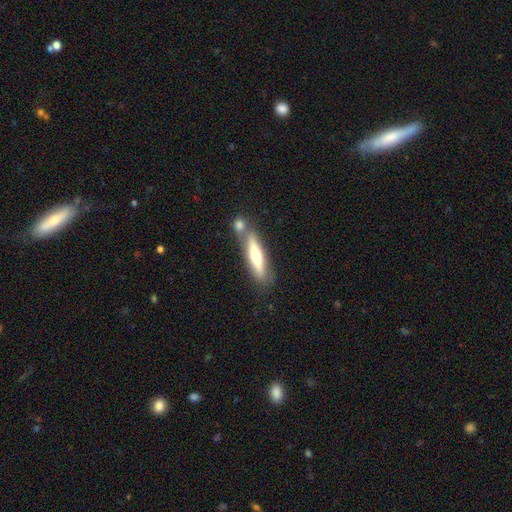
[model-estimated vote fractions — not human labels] A smooth galaxy with no disk features (49%). Merging: none (56%).